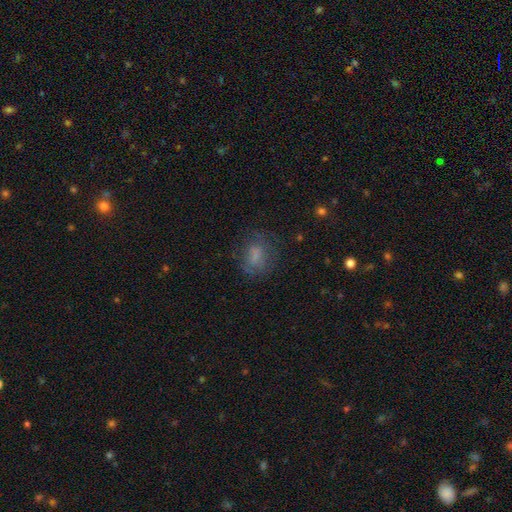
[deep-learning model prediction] The model was most divided on "how rounded": in between: 63%, round: 34%, cigar-shaped: 3%. More confident: smooth or featured — smooth (65%); merging — none (62%).